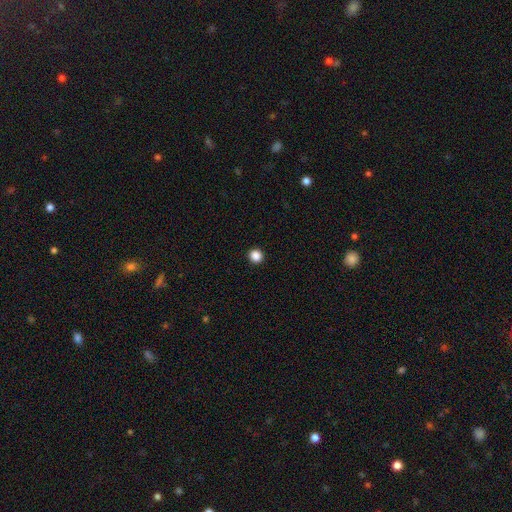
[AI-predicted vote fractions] This appears to be a smooth galaxy with no disk features (87%) that is round (93%). Merging: none (94%).